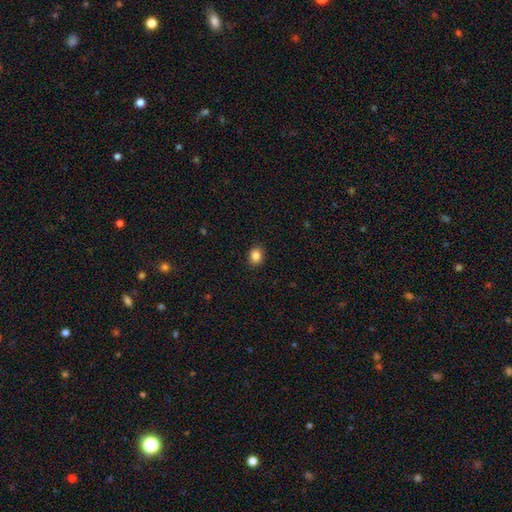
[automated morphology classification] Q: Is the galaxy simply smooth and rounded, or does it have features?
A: smooth — 86%.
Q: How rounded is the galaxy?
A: round — 60%.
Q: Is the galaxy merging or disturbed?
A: none — 91%.